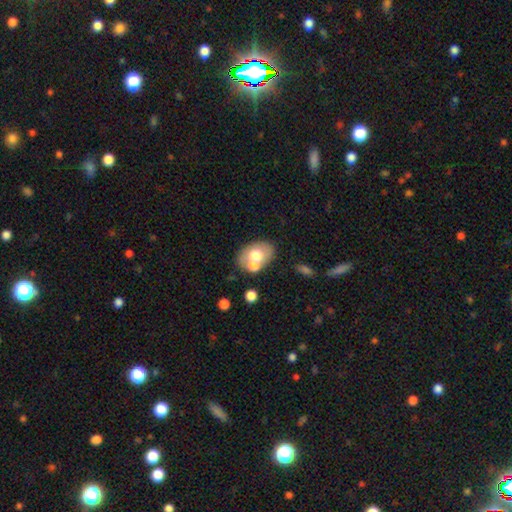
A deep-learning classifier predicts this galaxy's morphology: This is likely a smooth galaxy (61%). How rounded: likely in between (78%). Merging: possibly none (53%).